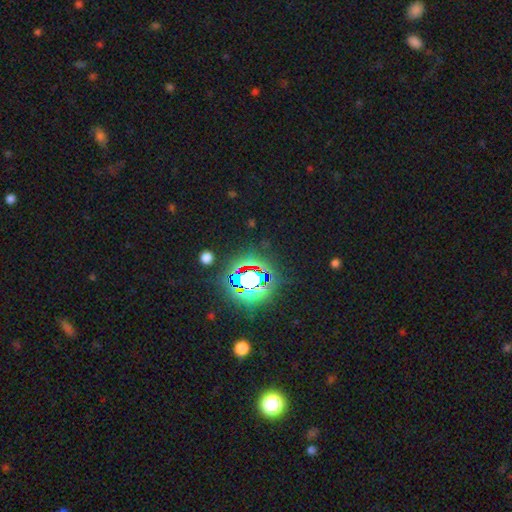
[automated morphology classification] star or artifact 81%, smooth 11%, featured or disk 7%.